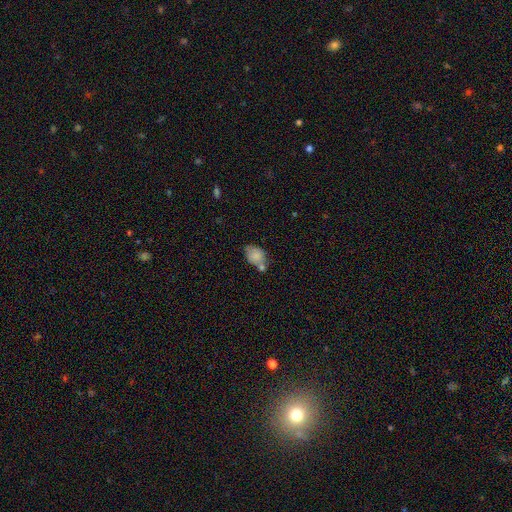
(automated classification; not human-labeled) smooth-or-featured: smooth: 80% | featured or disk: 12% | star or artifact: 9%
  how-rounded: in between: 79% | round: 19% | cigar-shaped: 2%
  merging: none: 44% | merger: 27% | minor disturbance: 22% | major disturbance: 7%